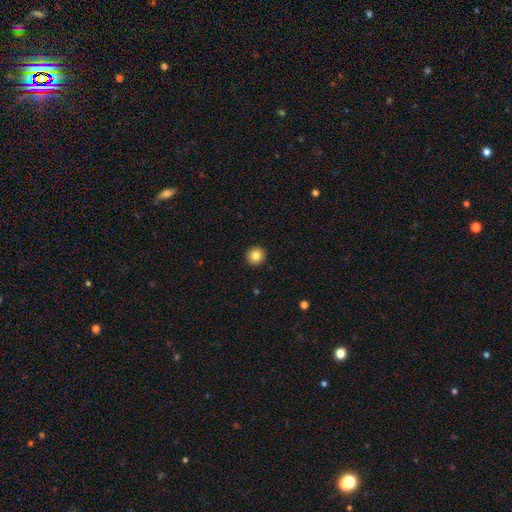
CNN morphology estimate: The model was most divided on "smooth or featured": smooth: 83%, star or artifact: 10%, featured or disk: 7%. More confident: how rounded — round (95%); merging — none (94%).